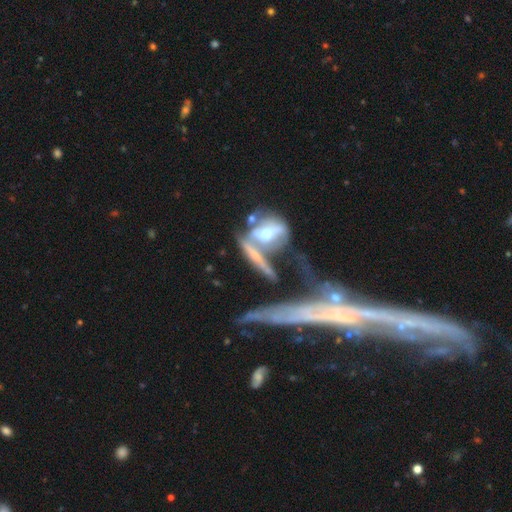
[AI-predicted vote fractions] A featured or disk galaxy (63%).

Vote fractions:
- Smooth or featured? featured or disk: 63% / smooth: 28% / star or artifact: 10%
- Edge-on disk? no: 55% / yes: 45%
- Merging? merger: 48% / none: 22% / major disturbance: 19% / minor disturbance: 12%